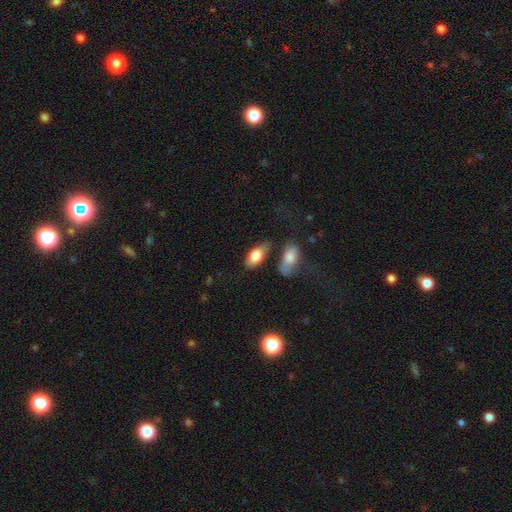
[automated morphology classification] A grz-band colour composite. It shows a smooth galaxy with no disk features (80%) that is in between round and cigar-shaped (91%). Merging: none (55%).